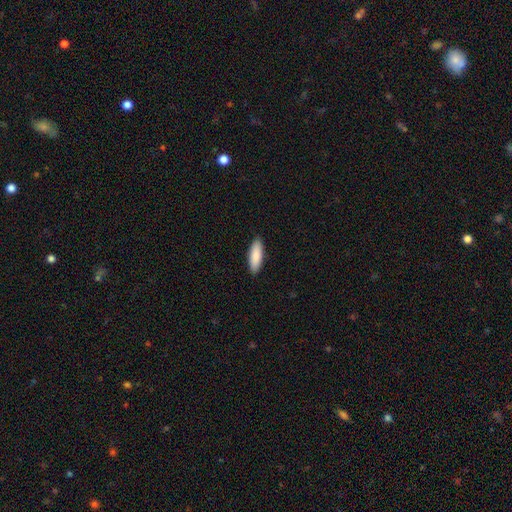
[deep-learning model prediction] Smooth or featured? smooth (89%)
How rounded? in between (59%)
Merging? none (91%)